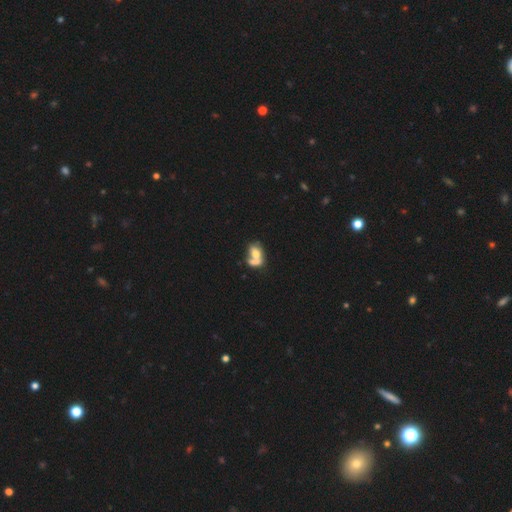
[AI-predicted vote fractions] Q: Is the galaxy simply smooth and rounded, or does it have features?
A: smooth — 58%.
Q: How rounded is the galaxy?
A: in between — 77%.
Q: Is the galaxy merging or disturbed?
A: merger — 62%.